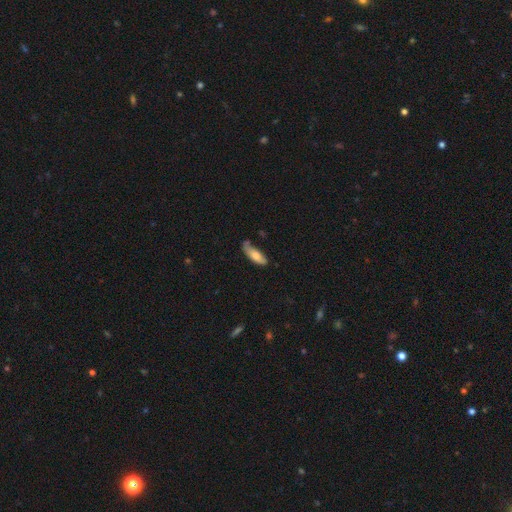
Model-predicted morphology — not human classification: Smooth or featured? smooth (71%)
How rounded? in between (63%)
Merging? none (52%)